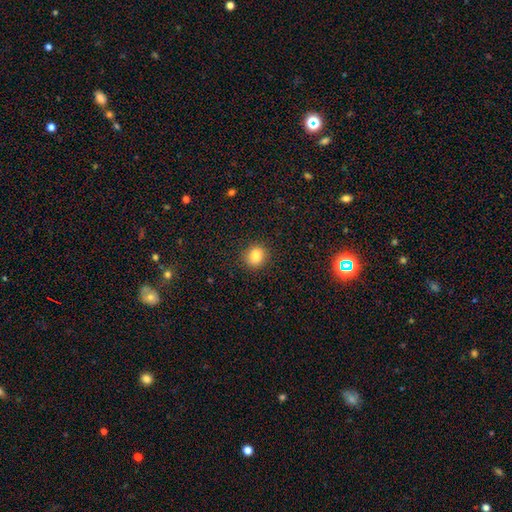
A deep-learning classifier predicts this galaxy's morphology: Smooth or featured? smooth (84%)
How rounded? round (81%)
Merging? none (89%)